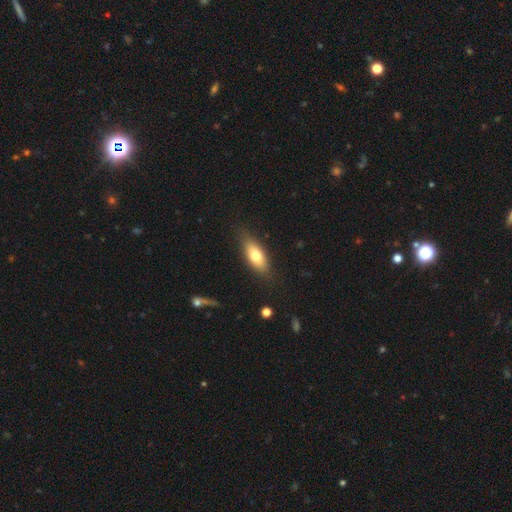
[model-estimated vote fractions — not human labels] A smooth galaxy with no disk features (71%) that is in between round and cigar-shaped (75%). Merging: none (81%).